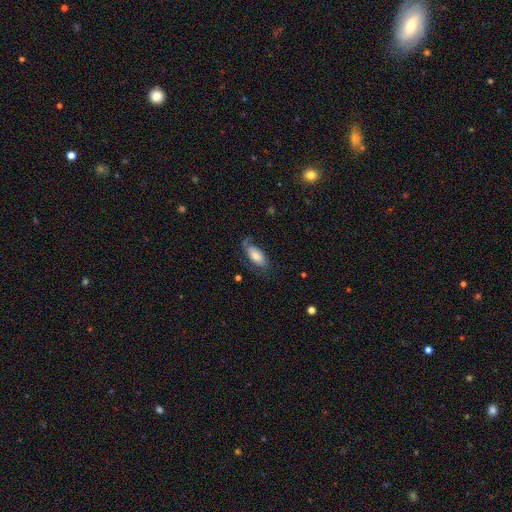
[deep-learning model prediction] smooth 56%, featured or disk 37%, star or artifact 7%. Down the decision tree: how rounded — in between (89%); merging — none (52%).